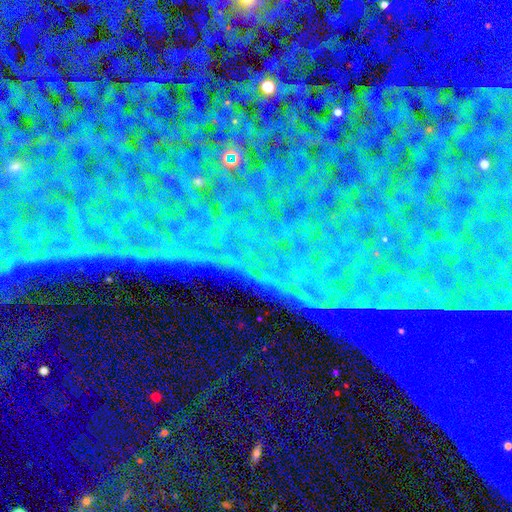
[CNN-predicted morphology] star or artifact 85%, featured or disk 8%, smooth 7%.